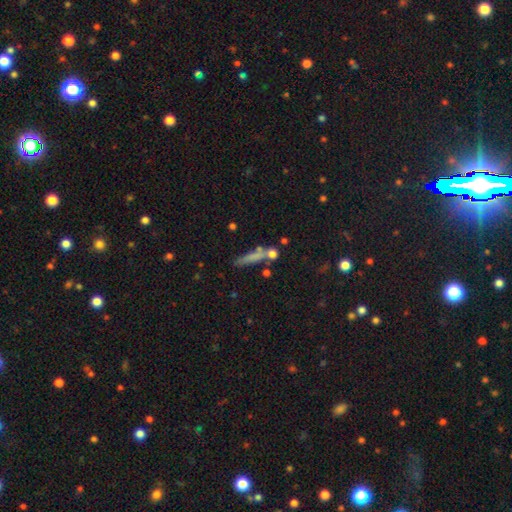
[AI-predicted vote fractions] Smooth or featured? smooth (66%)
How rounded? cigar-shaped (87%)
Merging? none (68%)